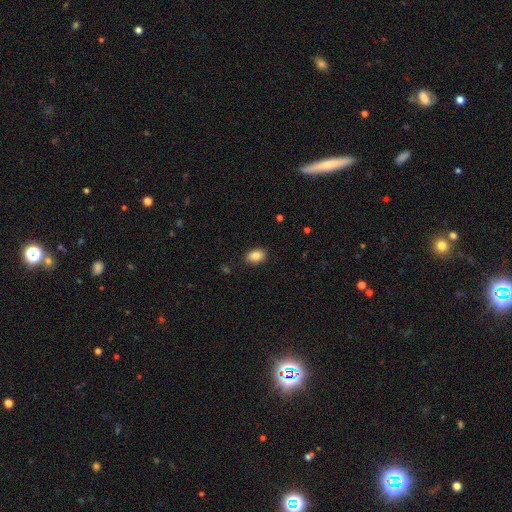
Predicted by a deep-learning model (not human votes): Q: Smooth or featured?
A: smooth (86%); runner-up: star or artifact (8%)
Q: How rounded?
A: in between (86%); runner-up: round (13%)
Q: Merging?
A: none (89%); runner-up: minor disturbance (8%)